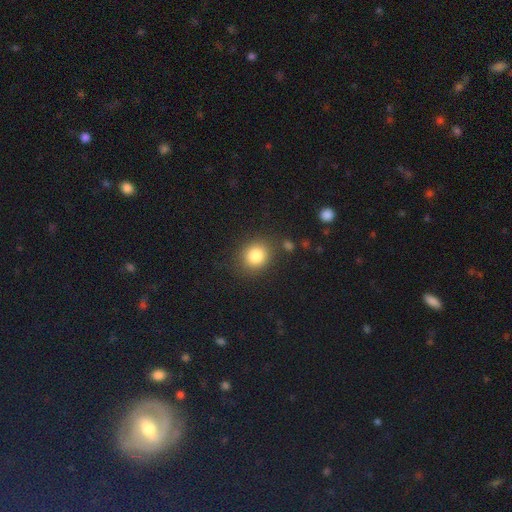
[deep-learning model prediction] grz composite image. It shows a smooth galaxy with no disk features (83%) that is round (76%). Merging: none (83%).